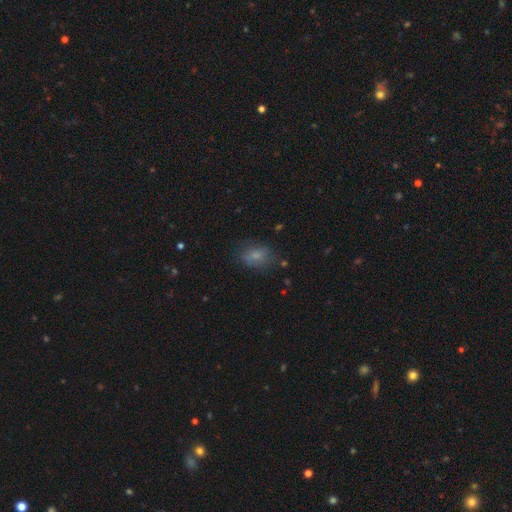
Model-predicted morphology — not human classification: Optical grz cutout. It shows a smooth galaxy with no disk features (75%) that is in between round and cigar-shaped (74%). Merging: none (68%).